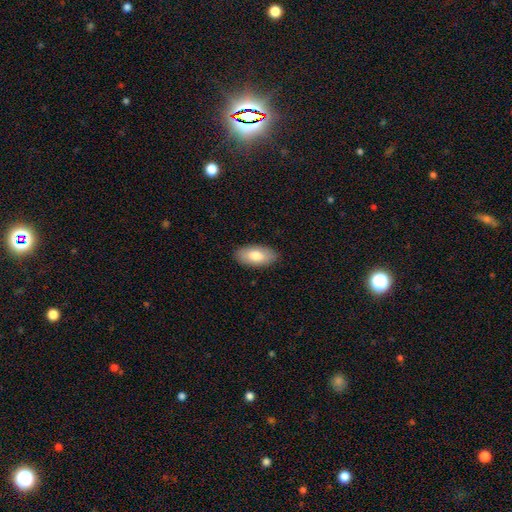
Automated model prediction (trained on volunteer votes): smooth 78%, featured or disk 16%, star or artifact 6%. Down the decision tree: how rounded — in between (93%); merging — none (88%).